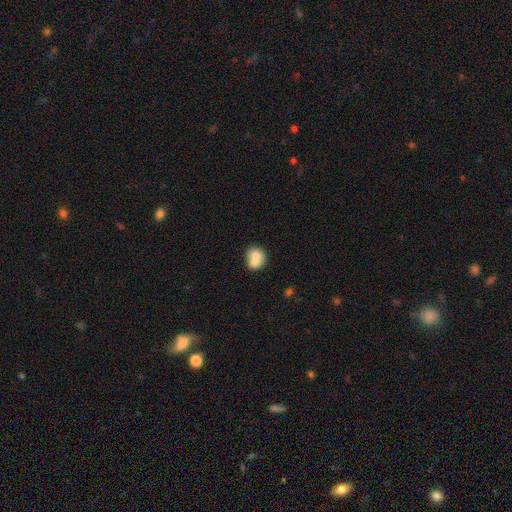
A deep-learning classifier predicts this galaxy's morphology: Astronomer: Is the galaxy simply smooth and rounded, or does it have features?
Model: smooth — 71%.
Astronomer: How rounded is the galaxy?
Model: round — 75%.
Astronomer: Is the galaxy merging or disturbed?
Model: merger — 54% (runner-up: none, 34%).